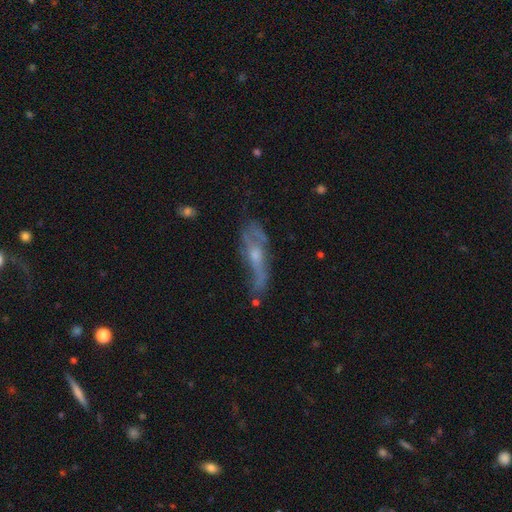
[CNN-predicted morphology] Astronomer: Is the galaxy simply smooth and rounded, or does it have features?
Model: featured or disk — 66%.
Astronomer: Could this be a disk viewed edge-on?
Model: no — 63%.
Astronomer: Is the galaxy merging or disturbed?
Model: none — 45% (runner-up: minor disturbance, 27%).